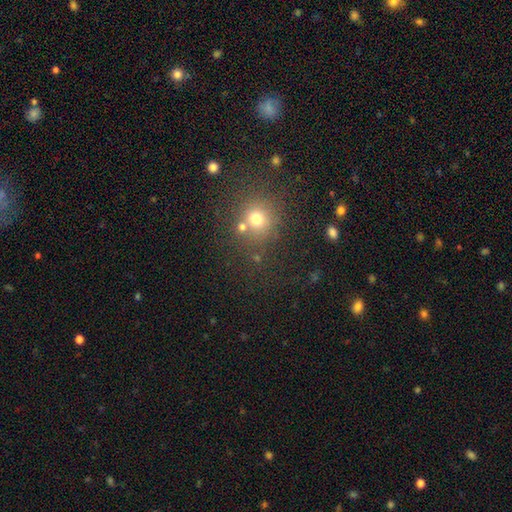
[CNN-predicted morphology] A smooth galaxy with no disk features (56%) that is round (87%).

Vote fractions:
- Smooth or featured? smooth: 56% / star or artifact: 35% / featured or disk: 9%
- How rounded? round: 87% / in between: 11% / cigar-shaped: 1%
- Merging? none: 72% / merger: 15% / minor disturbance: 9% / major disturbance: 4%